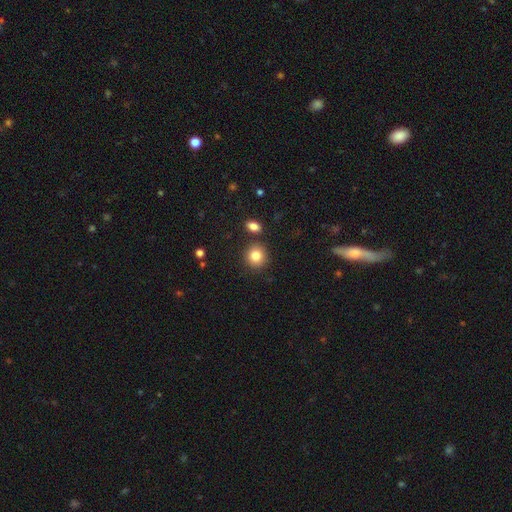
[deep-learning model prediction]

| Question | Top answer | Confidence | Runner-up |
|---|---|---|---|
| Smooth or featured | smooth | 84% | star or artifact (9%) |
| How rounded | round | 86% | in between (14%) |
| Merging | none | 83% | minor disturbance (8%) |